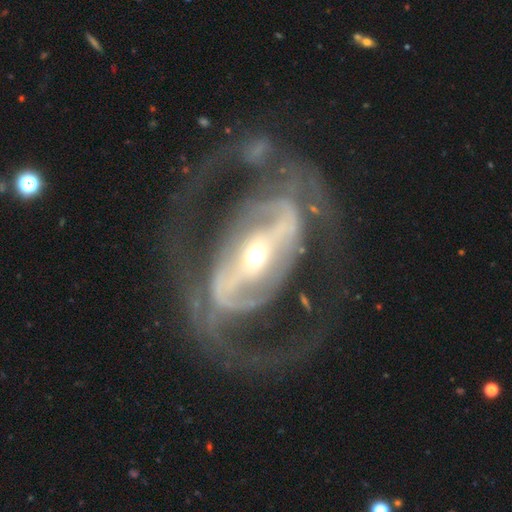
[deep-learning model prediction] Q: Smooth or featured?
A: featured or disk (89%); runner-up: smooth (6%)
Q: Edge-on disk?
A: no (94%); runner-up: yes (6%)
Q: Bar?
A: strong (68%); runner-up: weak (21%)
Q: Spiral arms?
A: yes (84%); runner-up: no (16%)
Q: Spiral winding?
A: medium (49%); runner-up: tight (28%)
Q: Spiral arm count?
A: 2 (79%); runner-up: can't tell (9%)
Q: Bulge size?
A: small (47%); runner-up: moderate (45%)
Q: Merging?
A: none (62%); runner-up: major disturbance (23%)